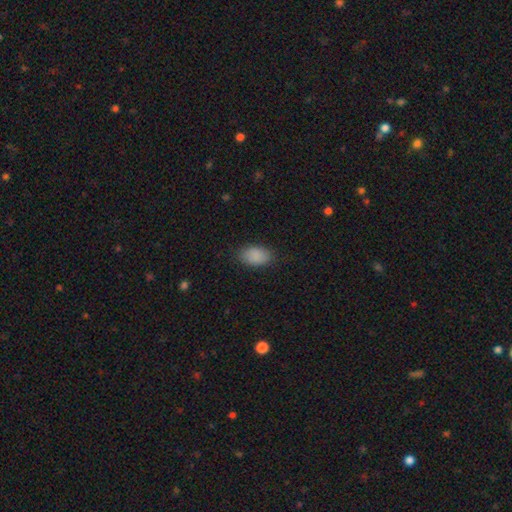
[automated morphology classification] A smooth galaxy with no disk features (89%) that is in between round and cigar-shaped (91%).

Vote fractions:
- Smooth or featured? smooth: 89% / star or artifact: 8% / featured or disk: 4%
- How rounded? in between: 91% / round: 7% / cigar-shaped: 1%
- Merging? none: 83% / minor disturbance: 13% / major disturbance: 3% / merger: 1%